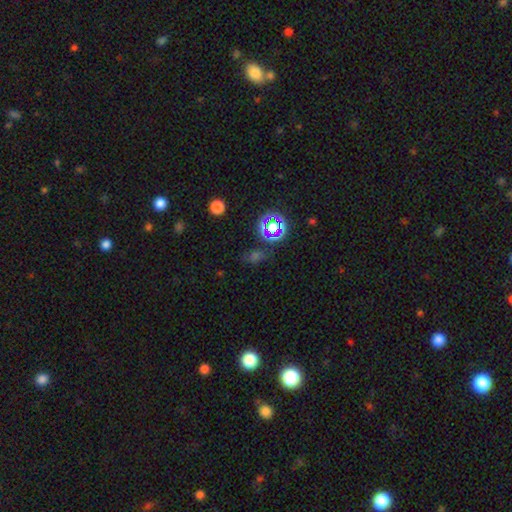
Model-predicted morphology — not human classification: Smooth or featured?
  - star or artifact: 58% *
  - smooth: 31%
  - featured or disk: 11%